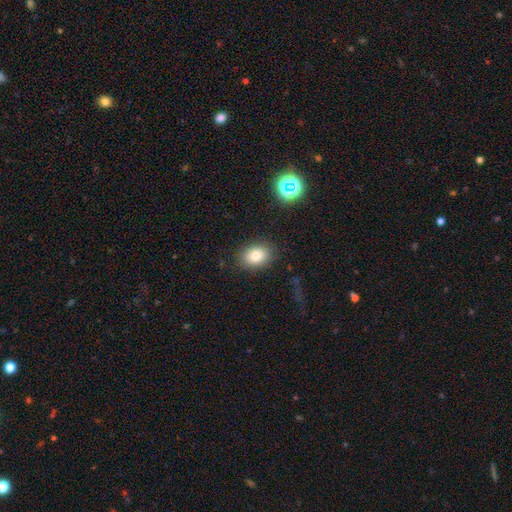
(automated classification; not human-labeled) Overall: smooth (81%). How rounded: in between (69%; round 30%). Merging: none (83%).